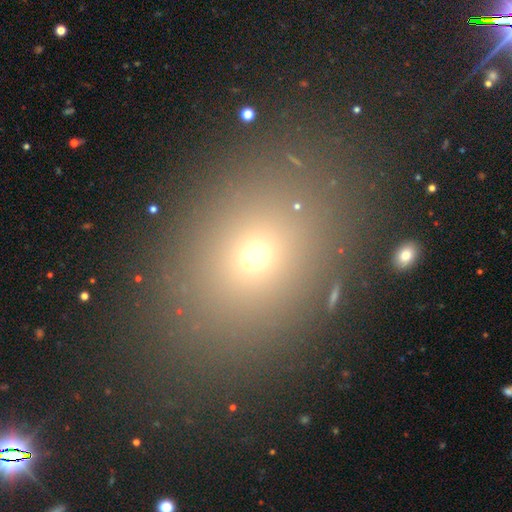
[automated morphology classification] Overall: smooth (60%; star or artifact 27%). How rounded: in between (54%; round 43%). Merging: none (77%).